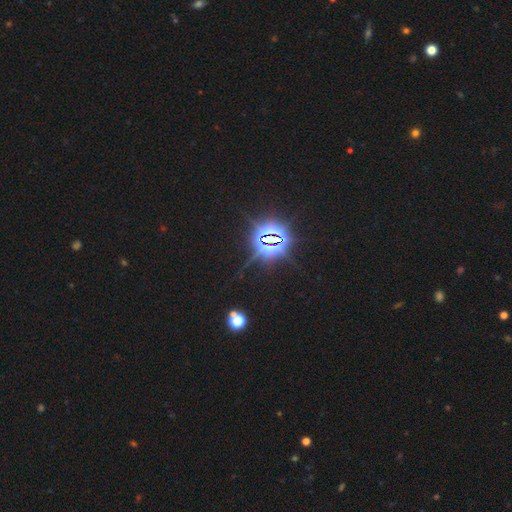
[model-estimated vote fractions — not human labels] Smooth or featured?
  - star or artifact: 84% *
  - smooth: 10%
  - featured or disk: 6%